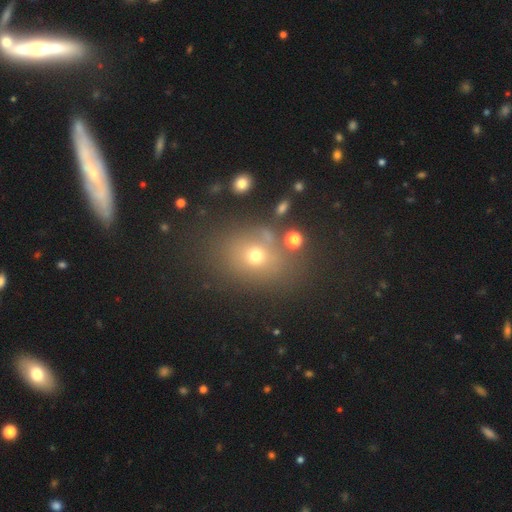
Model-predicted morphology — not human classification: This appears to be a smooth galaxy with no disk features (64%) that is round (50%). Merging: none (69%).